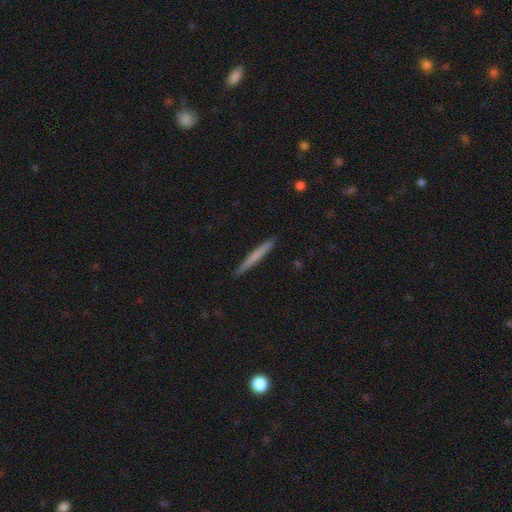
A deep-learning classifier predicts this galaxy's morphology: Smooth or featured?
  - smooth: 62% *
  - featured or disk: 32%
  - star or artifact: 5%
How rounded?
  - cigar-shaped: 97% *
  - in between: 2%
  - round: 1%
Merging?
  - none: 91% *
  - minor disturbance: 7%
  - major disturbance: 1%
  - merger: 1%